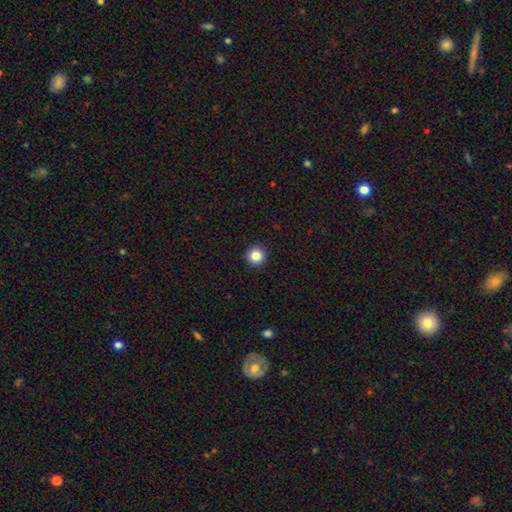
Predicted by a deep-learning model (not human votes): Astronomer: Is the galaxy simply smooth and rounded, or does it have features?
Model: smooth — 84%.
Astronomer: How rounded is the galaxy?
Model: round — 96%.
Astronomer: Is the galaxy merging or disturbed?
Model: none — 94%.